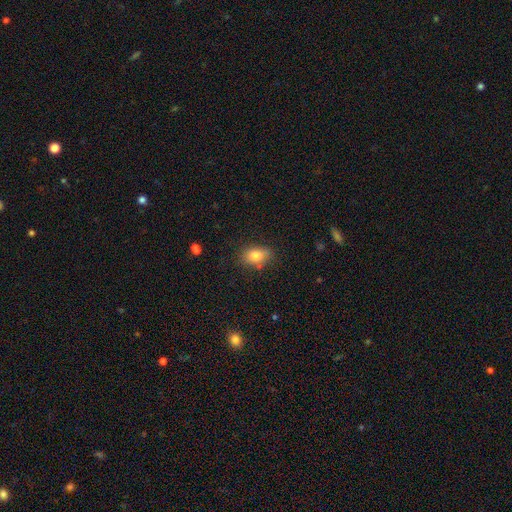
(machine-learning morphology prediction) Smooth or featured? Predicted: smooth (p=0.81). How rounded? Predicted: in between (p=0.77). Merging? Predicted: none (p=0.73).